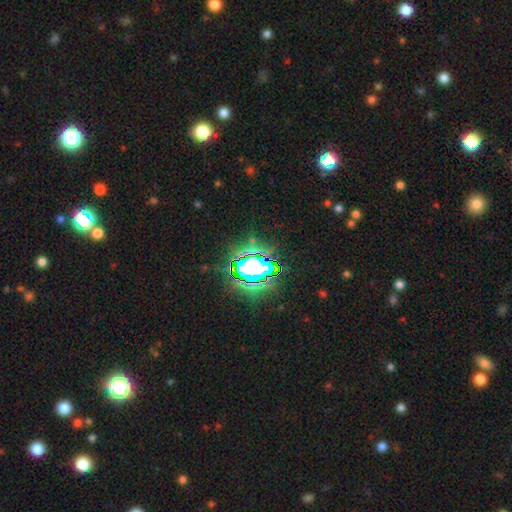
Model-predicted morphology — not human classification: Smooth or featured? Predicted: star or artifact (p=0.79).